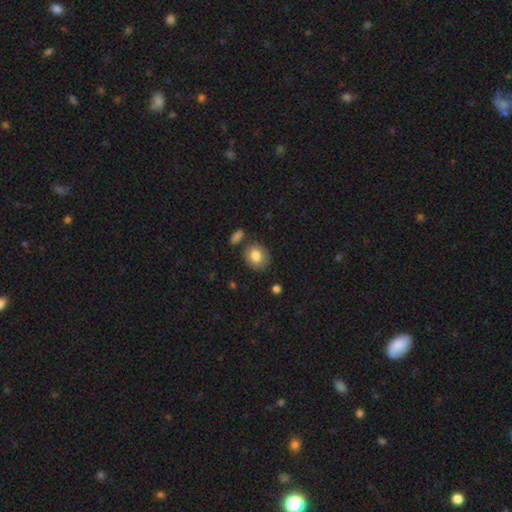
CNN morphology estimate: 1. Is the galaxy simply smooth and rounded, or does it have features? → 81% smooth, 11% featured or disk, 8% star or artifact.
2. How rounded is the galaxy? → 66% round, 33% in between, 1% cigar-shaped.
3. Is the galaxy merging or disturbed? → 78% none, 13% minor disturbance, 5% merger, 4% major disturbance.